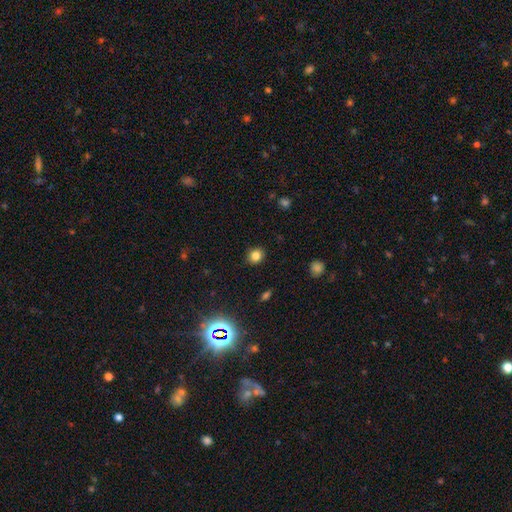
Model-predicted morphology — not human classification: Smooth or featured? smooth (81%)
How rounded? round (73%)
Merging? none (89%)